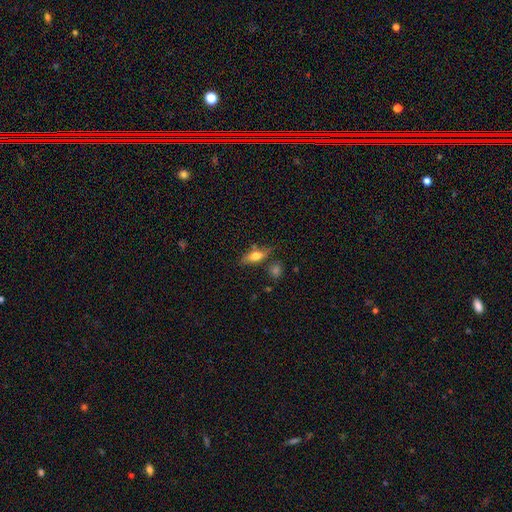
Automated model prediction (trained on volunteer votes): smooth_or_featured: smooth (p=0.63) [alt: featured or disk p=0.29]
how_rounded: in between (p=0.61) [alt: cigar-shaped p=0.35]
merging: none (p=0.68) [alt: minor disturbance p=0.18]